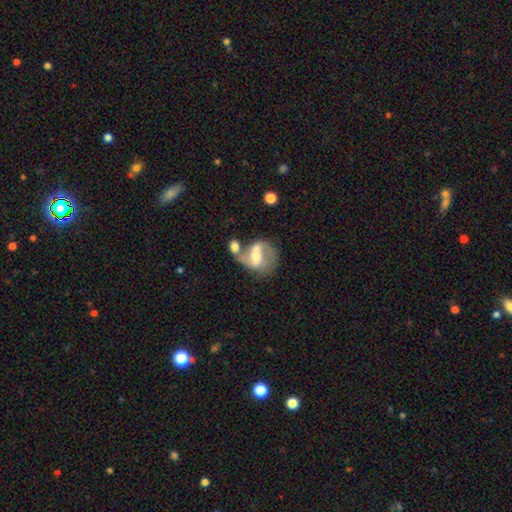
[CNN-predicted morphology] smooth_or_featured: featured or disk (p=0.73) [alt: smooth p=0.20]
disk_edge_on: no (p=0.96) [alt: yes p=0.04]
bar: strong (p=0.46) [alt: weak p=0.39]
has_spiral_arms: yes (p=0.82) [alt: no p=0.18]
spiral_winding: loose (p=0.44) [alt: medium p=0.43]
spiral_arm_count: 2 (p=0.80) [alt: 1 p=0.10]
bulge_size: moderate (p=0.52) [alt: small p=0.37]
merging: none (p=0.35) [alt: merger p=0.34]